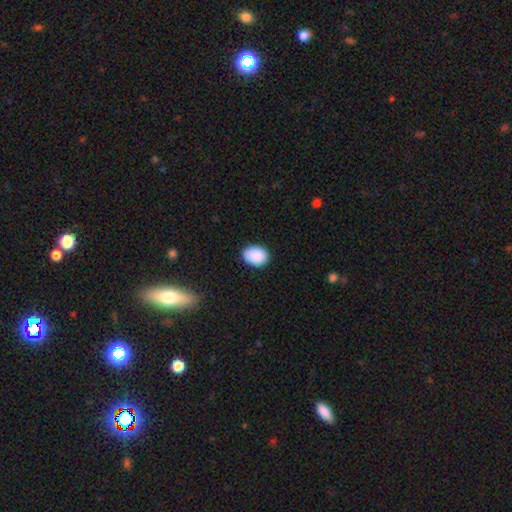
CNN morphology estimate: The model was most divided on "how rounded": in between: 70%, round: 29%, cigar-shaped: 1%. More confident: smooth or featured — smooth (90%); merging — none (84%).